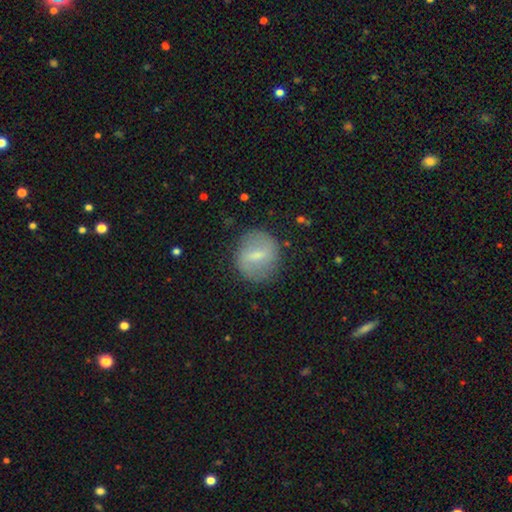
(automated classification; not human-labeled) Q: Smooth or featured?
A: smooth (49%); runner-up: featured or disk (44%)
Q: Merging?
A: none (80%); runner-up: minor disturbance (13%)